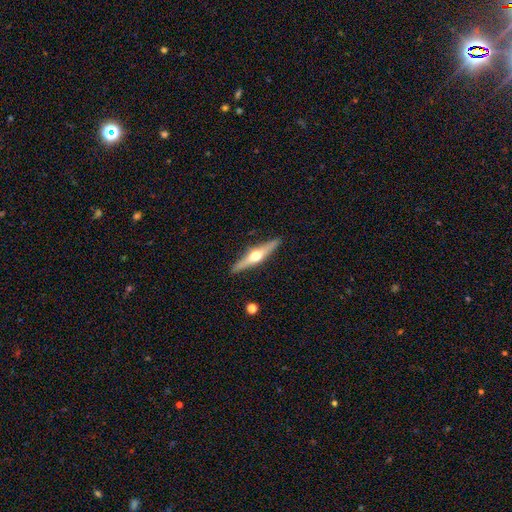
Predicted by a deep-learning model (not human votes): The model was most divided on "smooth or featured": featured or disk: 71%, smooth: 24%, star or artifact: 5%. More confident: edge-on disk — yes (97%); edge-on bulge — rounded (95%); merging — none (90%).